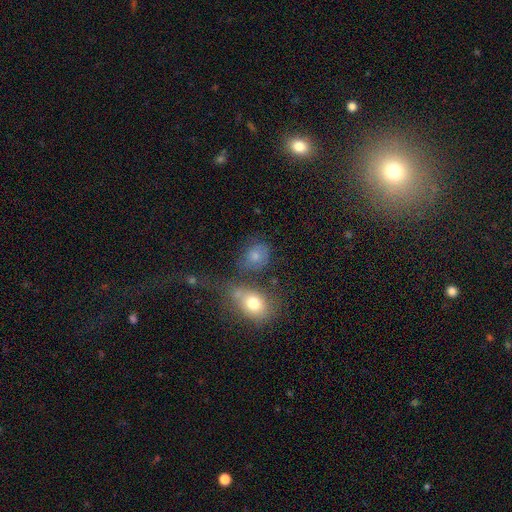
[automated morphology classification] This is likely a smooth galaxy (72%). How rounded: possibly round (51%). Merging: possibly none (51%).